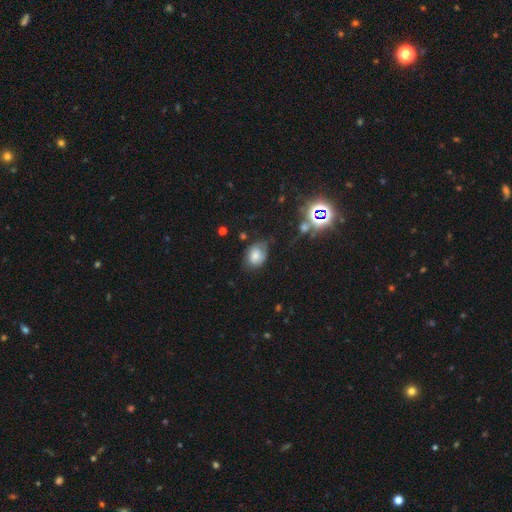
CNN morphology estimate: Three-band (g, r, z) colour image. It shows a smooth galaxy with no disk features (67%) that is in between round and cigar-shaped (64%). Merging: none (57%).